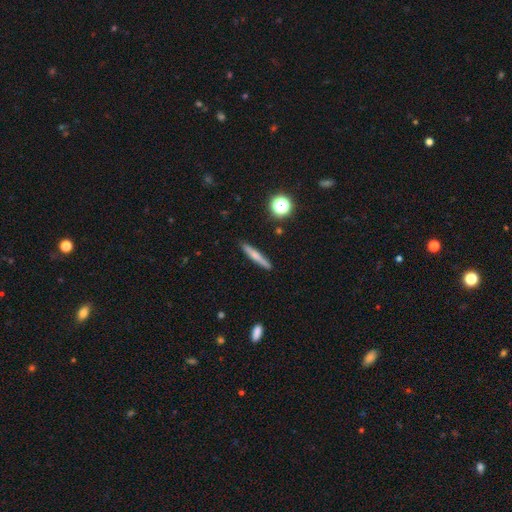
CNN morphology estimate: A smooth galaxy with no disk features (59%) that is cigar-shaped (93%).

Vote fractions:
- Smooth or featured? smooth: 59% / featured or disk: 32% / star or artifact: 9%
- How rounded? cigar-shaped: 93% / in between: 5% / round: 2%
- Merging? none: 89% / minor disturbance: 8% / major disturbance: 2% / merger: 2%